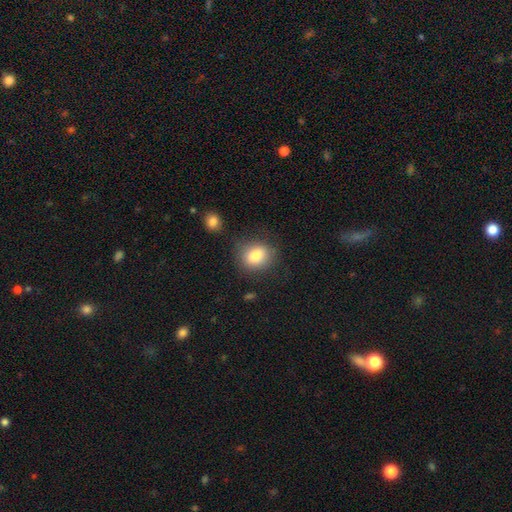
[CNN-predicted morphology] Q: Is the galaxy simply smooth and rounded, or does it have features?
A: smooth — 82%.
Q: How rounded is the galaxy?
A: round — 59%.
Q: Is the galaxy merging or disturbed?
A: none — 76%.